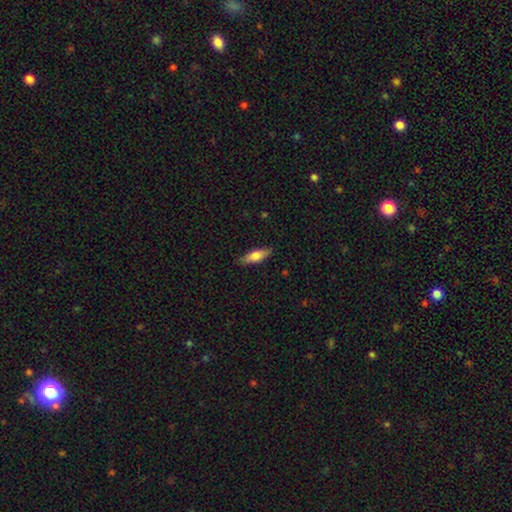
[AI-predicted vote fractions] Morphology: type=smooth (70%); roundness=in between (52%); merging=none (85%).